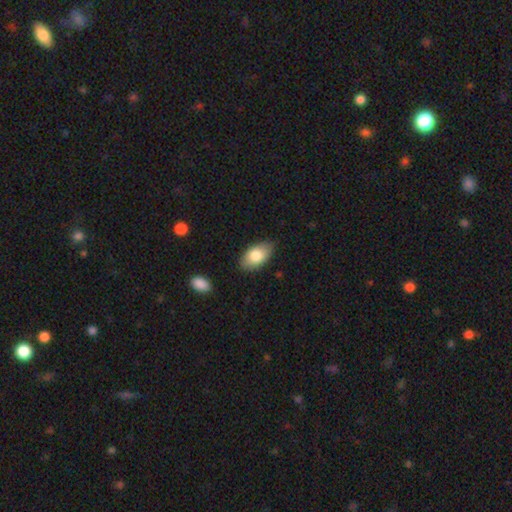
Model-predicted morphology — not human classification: This is clearly a smooth galaxy (80%). How rounded: clearly in between (94%). Merging: clearly none (84%).